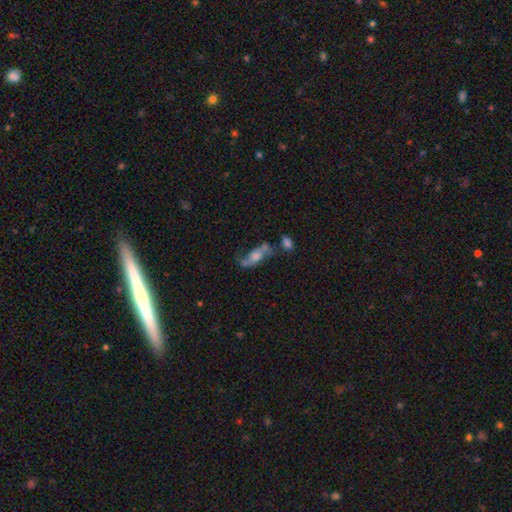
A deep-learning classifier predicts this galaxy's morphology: This appears to be a featured or disk galaxy (64%). Merging: none (52%).